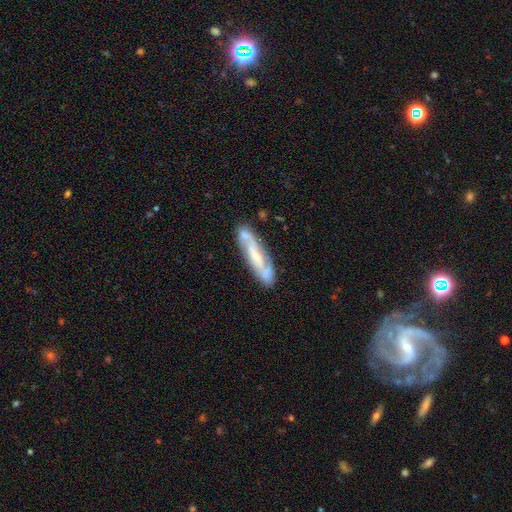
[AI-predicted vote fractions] Morphology: type=featured or disk (63%); edge-on=no (66%); merging=none (74%).